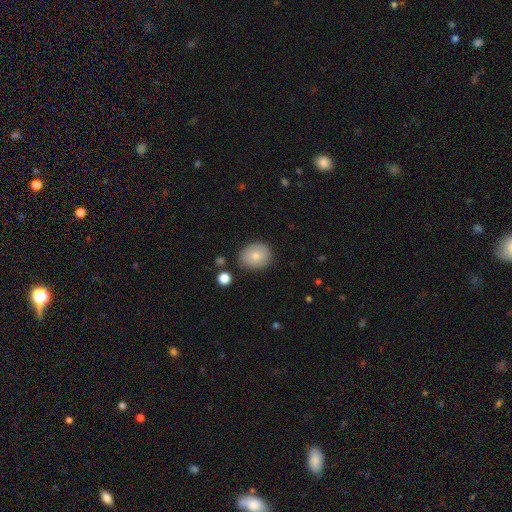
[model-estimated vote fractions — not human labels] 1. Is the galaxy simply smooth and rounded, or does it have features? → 78% smooth, 14% featured or disk, 8% star or artifact.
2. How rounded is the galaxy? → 64% round, 35% in between, 1% cigar-shaped.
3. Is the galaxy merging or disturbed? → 79% none, 15% minor disturbance, 3% major disturbance, 3% merger.